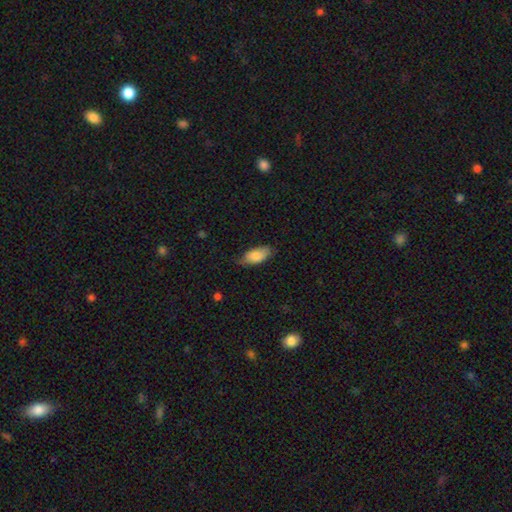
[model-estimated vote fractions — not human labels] The model was most divided on "merging": none: 67%, minor disturbance: 27%, major disturbance: 5%, merger: 1%. More confident: how rounded — in between (89%); smooth or featured — smooth (83%).